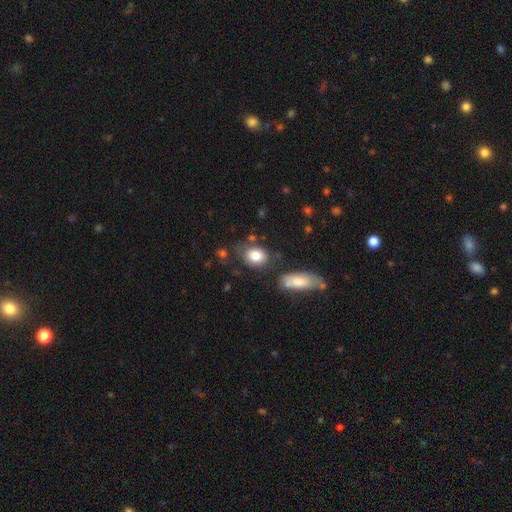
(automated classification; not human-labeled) A smooth galaxy with no disk features (82%) that is in between round and cigar-shaped (67%).

Vote fractions:
- Smooth or featured? smooth: 82% / featured or disk: 10% / star or artifact: 7%
- How rounded? in between: 67% / round: 32% / cigar-shaped: 2%
- Merging? none: 64% / minor disturbance: 20% / merger: 9% / major disturbance: 7%